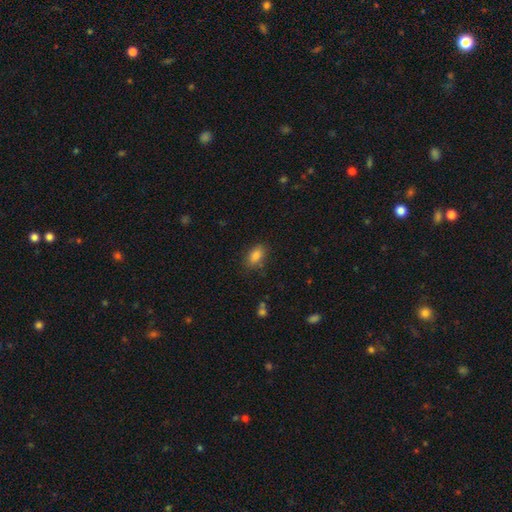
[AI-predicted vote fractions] smooth_or_featured: smooth (p=0.86) [alt: star or artifact p=0.09]
how_rounded: in between (p=0.88) [alt: round p=0.10]
merging: none (p=0.81) [alt: minor disturbance p=0.13]